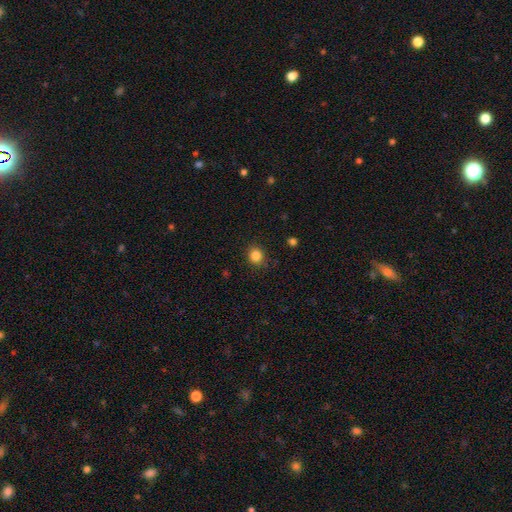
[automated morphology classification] A smooth galaxy with no disk features (85%) that is round (80%).

Vote fractions:
- Smooth or featured? smooth: 85% / star or artifact: 11% / featured or disk: 4%
- How rounded? round: 80% / in between: 19% / cigar-shaped: 1%
- Merging? none: 87% / minor disturbance: 9% / major disturbance: 3% / merger: 1%